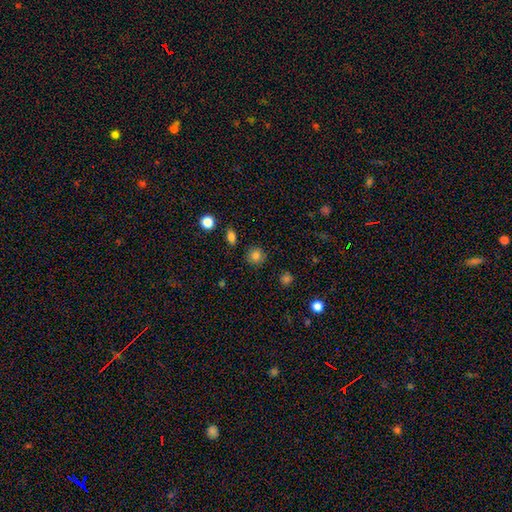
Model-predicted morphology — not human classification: Q: Smooth or featured?
A: smooth (83%); runner-up: star or artifact (11%)
Q: How rounded?
A: round (89%); runner-up: in between (10%)
Q: Merging?
A: none (88%); runner-up: minor disturbance (8%)